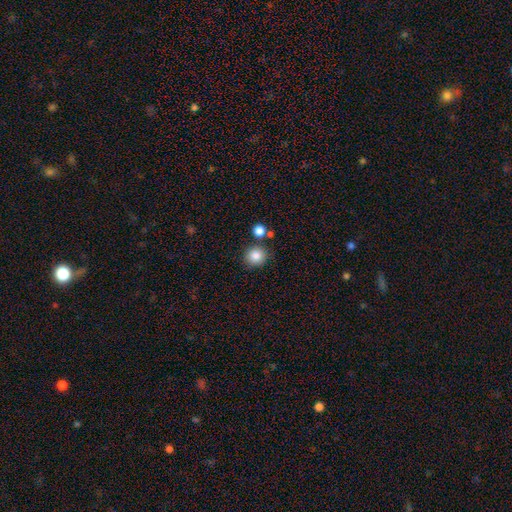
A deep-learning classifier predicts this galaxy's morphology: smooth-or-featured: smooth: 85% | star or artifact: 10% | featured or disk: 5%
  how-rounded: round: 91% | in between: 8% | cigar-shaped: 1%
  merging: none: 82% | merger: 8% | minor disturbance: 8% | major disturbance: 2%